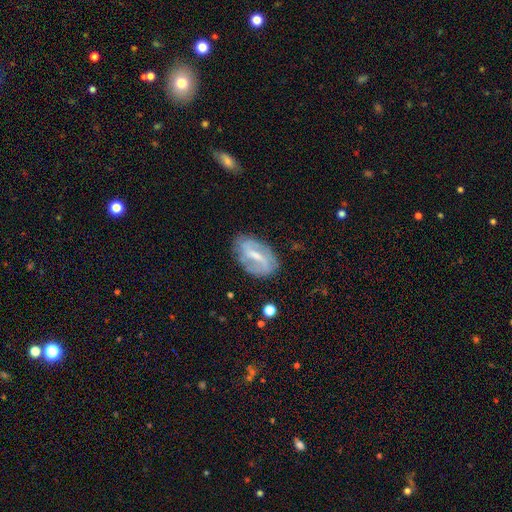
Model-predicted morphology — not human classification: smooth_or_featured: featured or disk (p=0.71) [alt: smooth p=0.22]
disk_edge_on: no (p=0.94) [alt: yes p=0.06]
bar: strong (p=0.47) [alt: weak p=0.42]
has_spiral_arms: yes (p=0.79) [alt: no p=0.21]
spiral_winding: medium (p=0.38) [alt: loose p=0.32]
spiral_arm_count: 2 (p=0.70) [alt: can't tell p=0.18]
bulge_size: small (p=0.47) [alt: moderate p=0.35]
merging: none (p=0.75) [alt: minor disturbance p=0.18]